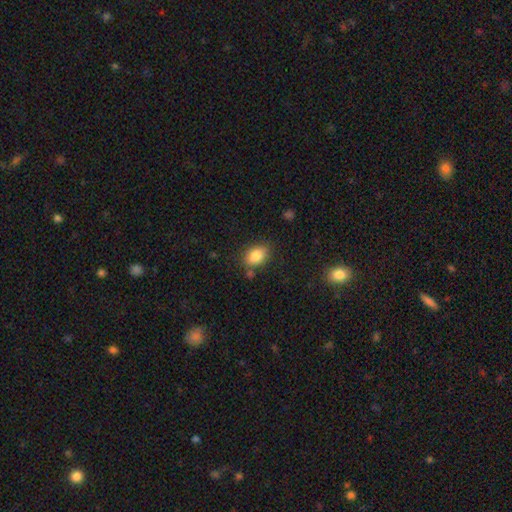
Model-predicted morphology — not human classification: Overall: smooth (85%). How rounded: in between (80%). Merging: none (76%).